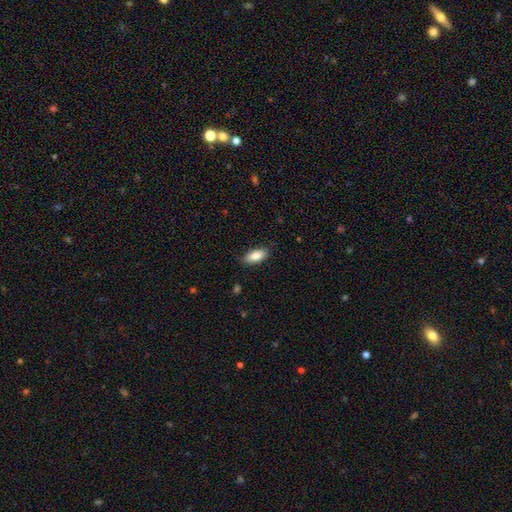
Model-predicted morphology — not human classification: smooth-or-featured: smooth: 86% | featured or disk: 7% | star or artifact: 7%
  how-rounded: in between: 87% | cigar-shaped: 10% | round: 2%
  merging: none: 86% | minor disturbance: 10% | major disturbance: 2% | merger: 1%